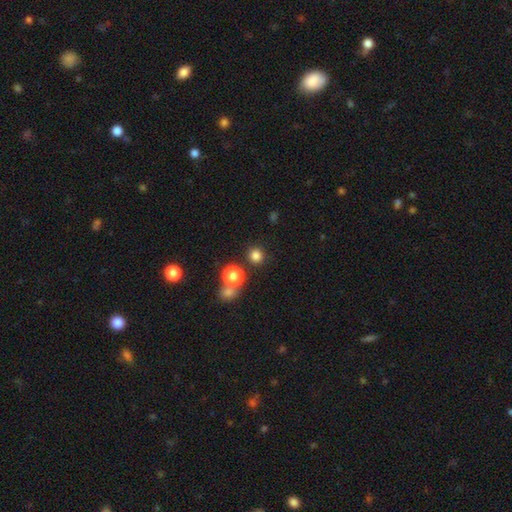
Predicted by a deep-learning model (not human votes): smooth 80%, star or artifact 15%, featured or disk 4%. Down the decision tree: how rounded — round (92%); merging — none (83%).